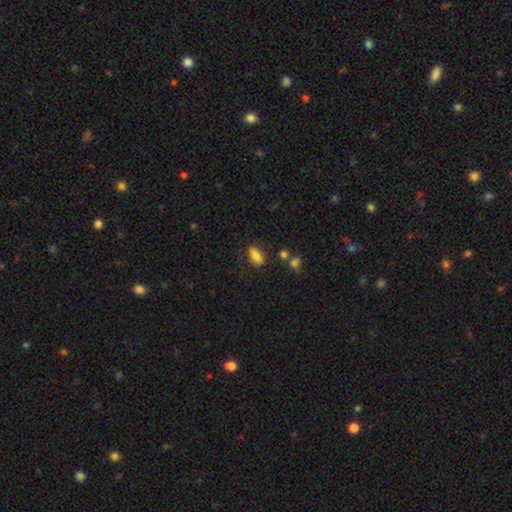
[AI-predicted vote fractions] A smooth galaxy with no disk features (83%) that is in between round and cigar-shaped (89%). Merging: none (79%).